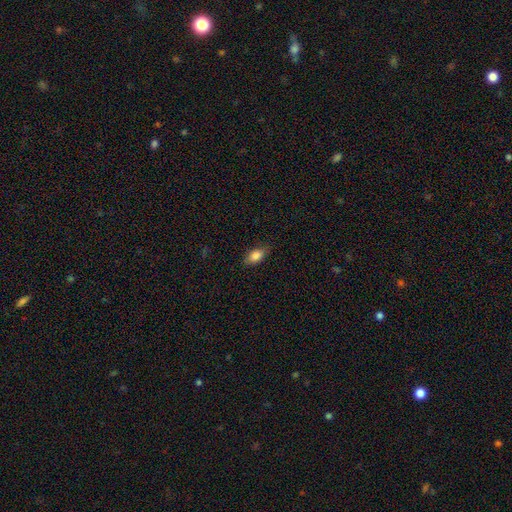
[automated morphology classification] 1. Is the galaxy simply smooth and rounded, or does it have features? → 85% smooth, 8% featured or disk, 8% star or artifact.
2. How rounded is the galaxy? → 88% in between, 7% round, 5% cigar-shaped.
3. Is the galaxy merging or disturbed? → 82% none, 14% minor disturbance, 3% major disturbance, 1% merger.